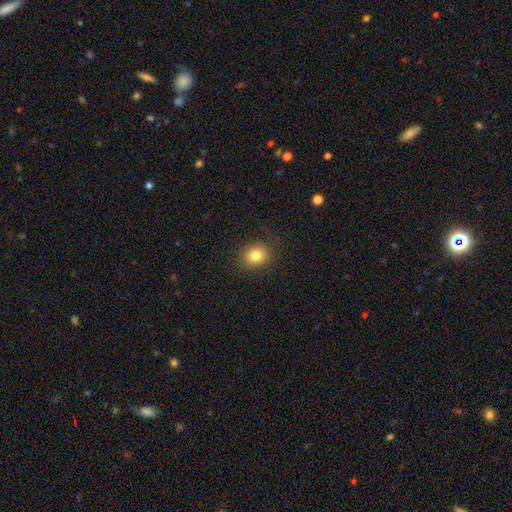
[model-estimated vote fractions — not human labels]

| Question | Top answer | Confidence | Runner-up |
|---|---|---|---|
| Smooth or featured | smooth | 82% | star or artifact (11%) |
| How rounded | round | 62% | in between (37%) |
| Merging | none | 87% | minor disturbance (9%) |